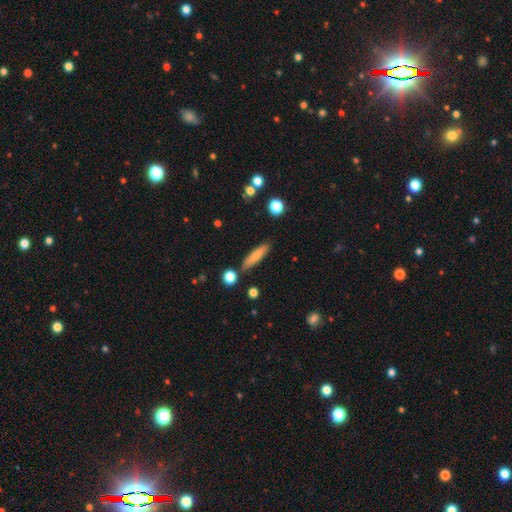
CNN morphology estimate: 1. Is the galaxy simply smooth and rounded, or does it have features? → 75% smooth, 18% featured or disk, 7% star or artifact.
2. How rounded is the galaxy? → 80% cigar-shaped, 18% in between, 2% round.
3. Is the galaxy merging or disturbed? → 83% none, 10% minor disturbance, 4% merger, 2% major disturbance.